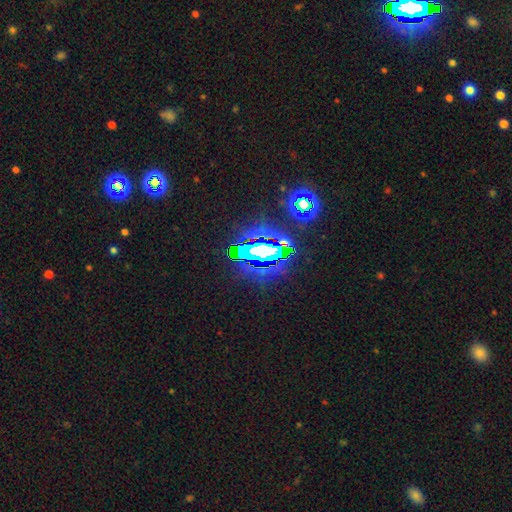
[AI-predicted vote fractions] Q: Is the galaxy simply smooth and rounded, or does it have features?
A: star or artifact — 72%.